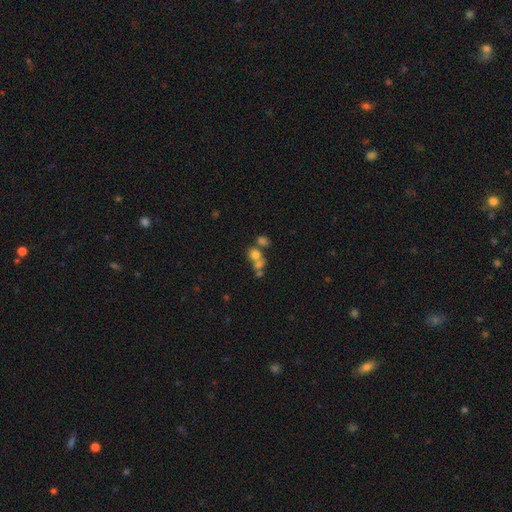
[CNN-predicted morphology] This appears to be a smooth galaxy with no disk features (62%) that is round (62%). Merging: merger (51%).